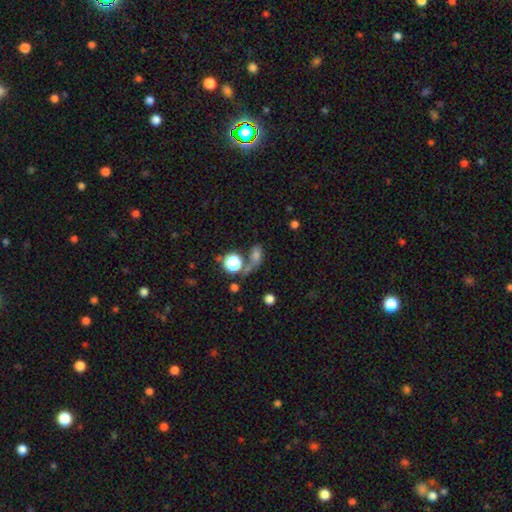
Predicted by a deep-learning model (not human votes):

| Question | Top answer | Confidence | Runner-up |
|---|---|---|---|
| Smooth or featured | smooth | 62% | star or artifact (22%) |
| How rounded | in between | 63% | round (32%) |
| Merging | none | 39% | merger (25%) |